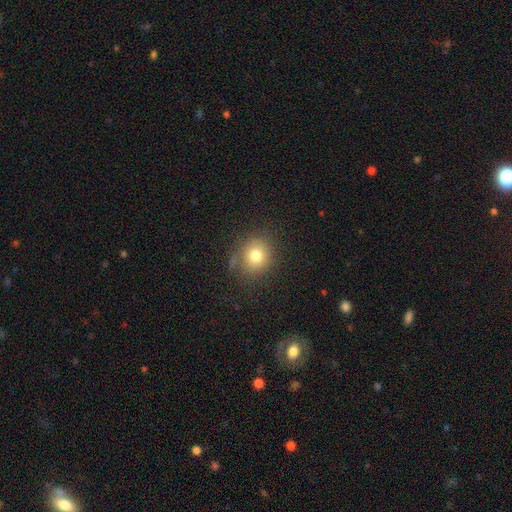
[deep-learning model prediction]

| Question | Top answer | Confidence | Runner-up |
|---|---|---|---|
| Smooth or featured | smooth | 76% | star or artifact (14%) |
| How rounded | round | 79% | in between (20%) |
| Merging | none | 78% | minor disturbance (14%) |